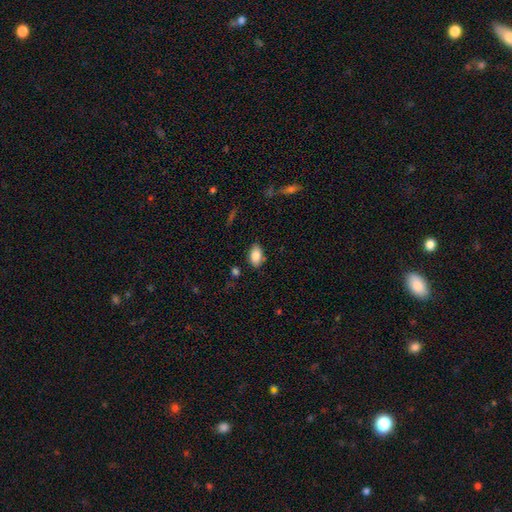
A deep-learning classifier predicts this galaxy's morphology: Smooth or featured?
  - smooth: 84% *
  - featured or disk: 8%
  - star or artifact: 8%
How rounded?
  - in between: 91% *
  - round: 7%
  - cigar-shaped: 2%
Merging?
  - none: 83% *
  - minor disturbance: 13%
  - major disturbance: 3%
  - merger: 2%